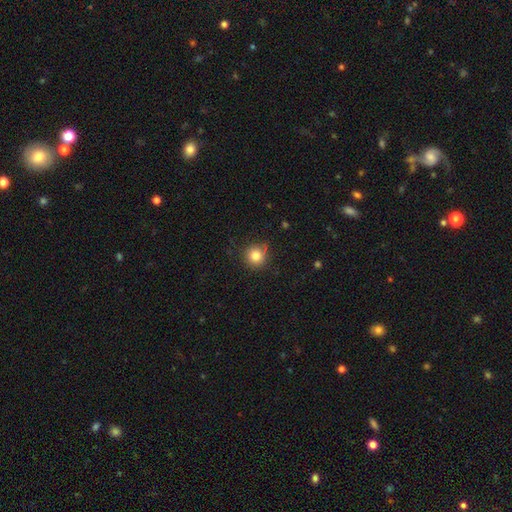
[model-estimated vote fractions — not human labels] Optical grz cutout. It shows a smooth galaxy with no disk features (82%) that is round (93%). Merging: none (80%).